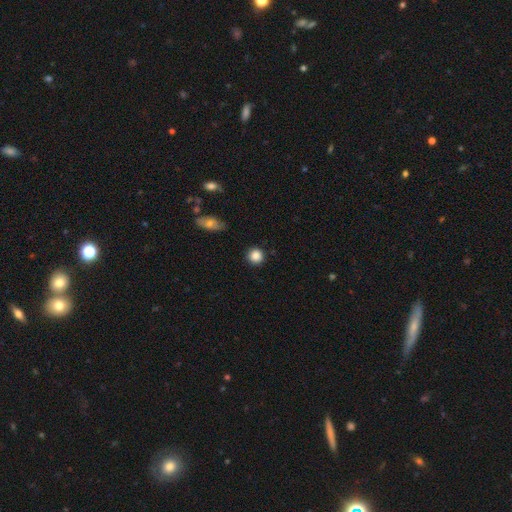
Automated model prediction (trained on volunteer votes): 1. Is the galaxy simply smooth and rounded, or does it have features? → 86% smooth, 10% star or artifact, 4% featured or disk.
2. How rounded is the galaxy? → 93% round, 6% in between, 1% cigar-shaped.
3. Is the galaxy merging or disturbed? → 88% none, 8% minor disturbance, 2% major disturbance, 1% merger.